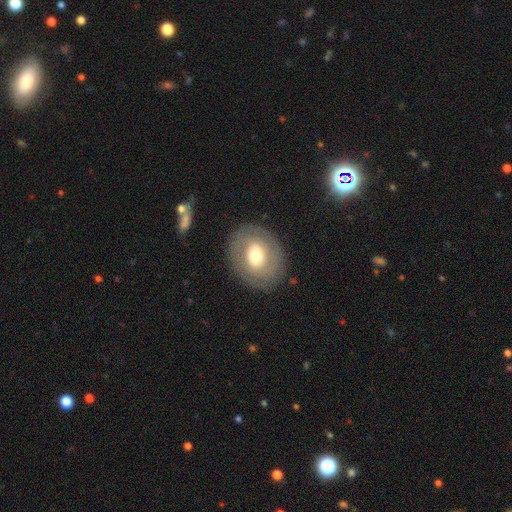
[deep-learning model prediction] Smooth or featured: smooth — 51% (featured or disk — 41%)
How rounded: round — 52% (in between — 47%)
Merging: none — 84% (minor disturbance — 9%)